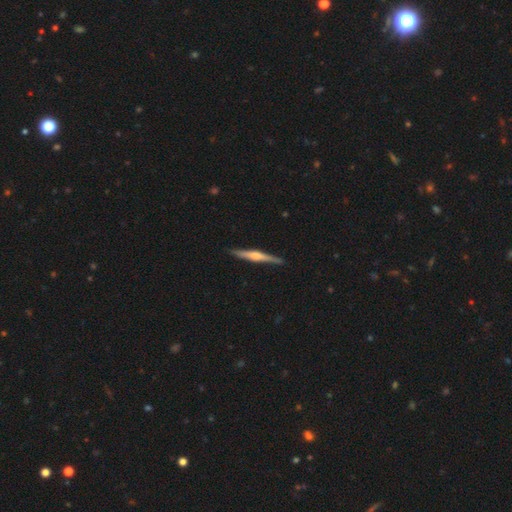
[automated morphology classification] Overall: featured or disk (67%; smooth 28%). Edge-on disk: yes (98%). Edge-on bulge: rounded (75%). Merging: none (90%).